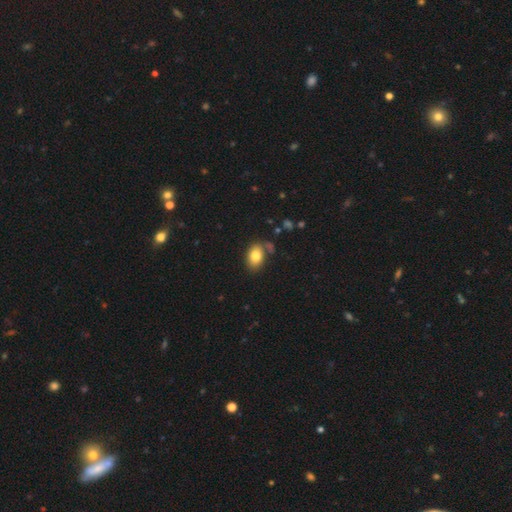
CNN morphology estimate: smooth-or-featured: smooth: 82% | featured or disk: 10% | star or artifact: 8%
  how-rounded: in between: 81% | round: 18% | cigar-shaped: 1%
  merging: none: 69% | minor disturbance: 17% | merger: 8% | major disturbance: 6%